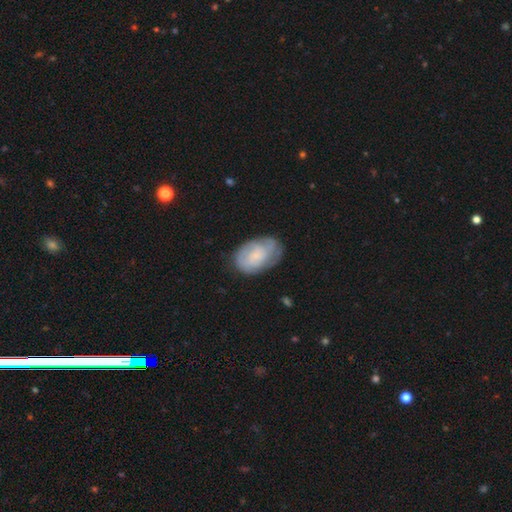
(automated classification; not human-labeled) smooth-or-featured: featured or disk: 51% | smooth: 42% | star or artifact: 7%
  disk-edge-on: no: 96% | yes: 4%
  merging: none: 69% | minor disturbance: 22% | major disturbance: 7% | merger: 1%